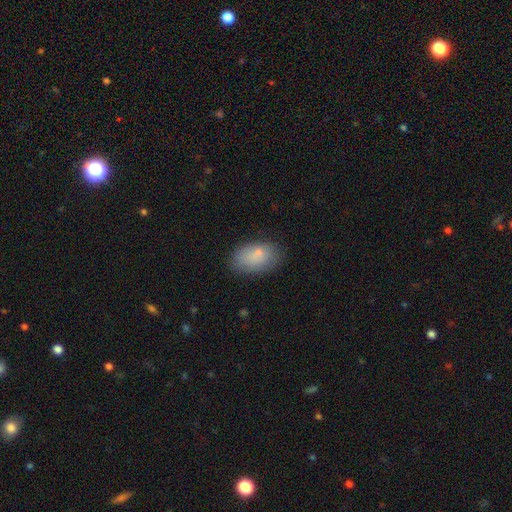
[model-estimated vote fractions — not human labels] A smooth galaxy with no disk features (81%) that is in between round and cigar-shaped (90%). Merging: none (77%).